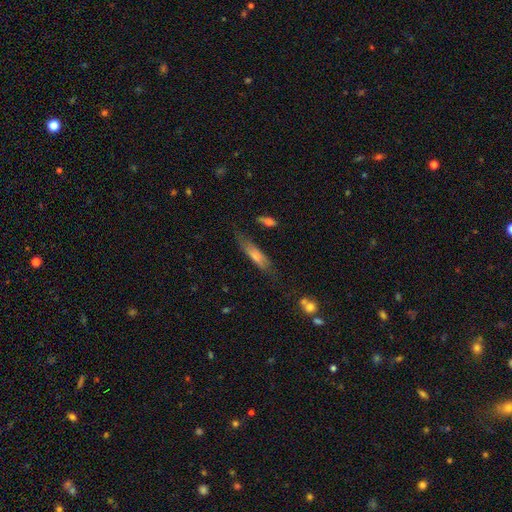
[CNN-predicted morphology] Smooth or featured? smooth (54%)
How rounded? cigar-shaped (77%)
Merging? none (66%)